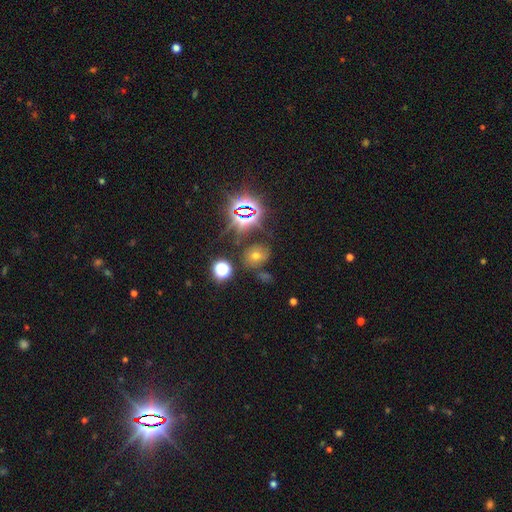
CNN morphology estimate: A star or artifact, not a galaxy (43%).